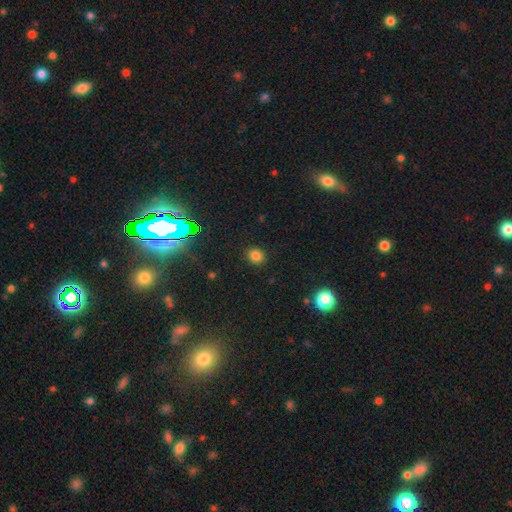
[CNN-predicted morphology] smooth-or-featured: smooth: 80% | star or artifact: 15% | featured or disk: 5%
  how-rounded: round: 76% | in between: 23% | cigar-shaped: 1%
  merging: none: 90% | minor disturbance: 7% | major disturbance: 2% | merger: 1%